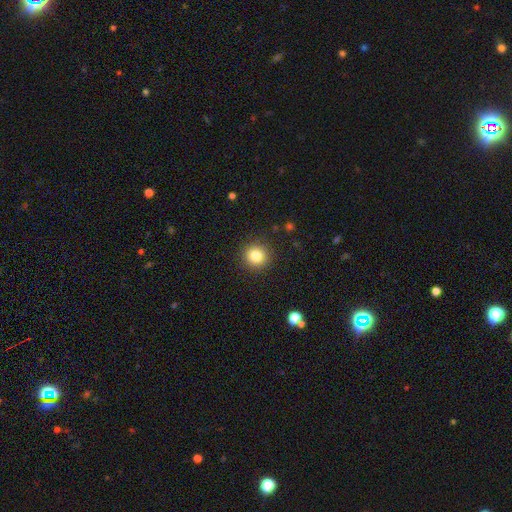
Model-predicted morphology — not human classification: smooth-or-featured: smooth: 83% | star or artifact: 11% | featured or disk: 6%
  how-rounded: round: 92% | in between: 7% | cigar-shaped: 1%
  merging: none: 90% | minor disturbance: 7% | major disturbance: 2% | merger: 1%